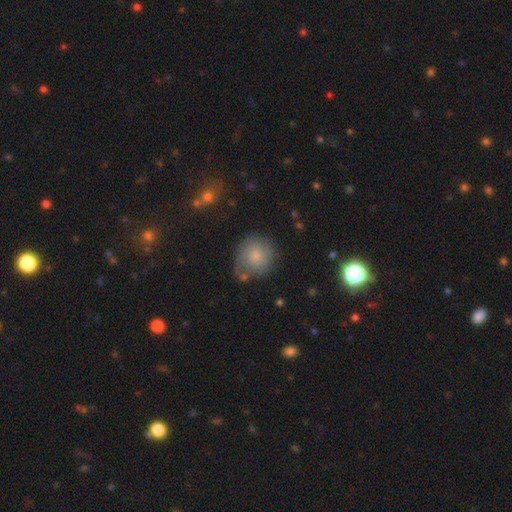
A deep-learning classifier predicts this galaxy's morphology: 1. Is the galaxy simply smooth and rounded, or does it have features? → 68% smooth, 23% featured or disk, 9% star or artifact.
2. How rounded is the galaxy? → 82% round, 17% in between, 1% cigar-shaped.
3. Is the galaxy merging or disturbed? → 60% none, 25% minor disturbance, 9% major disturbance, 6% merger.